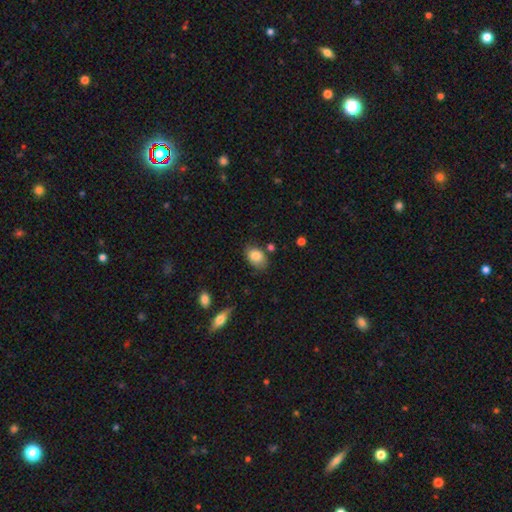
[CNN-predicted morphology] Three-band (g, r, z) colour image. It shows a smooth galaxy with no disk features (83%) that is in between round and cigar-shaped (86%). Merging: none (69%).